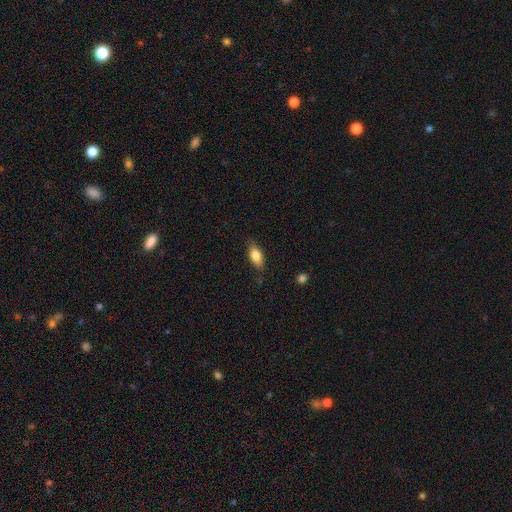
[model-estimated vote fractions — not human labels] Smooth or featured?
  - smooth: 81% *
  - featured or disk: 12%
  - star or artifact: 7%
How rounded?
  - in between: 85% *
  - cigar-shaped: 11%
  - round: 4%
Merging?
  - none: 79% *
  - minor disturbance: 16%
  - major disturbance: 3%
  - merger: 1%